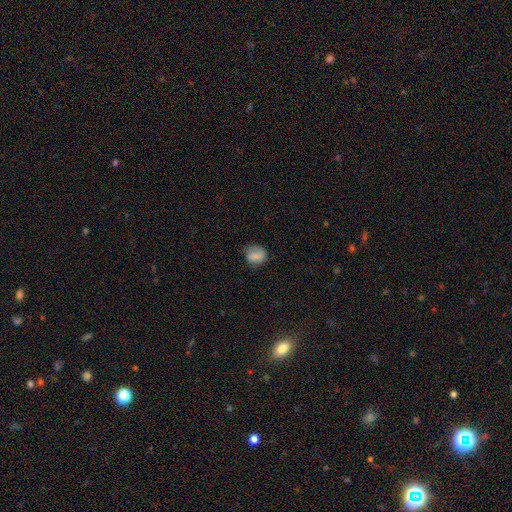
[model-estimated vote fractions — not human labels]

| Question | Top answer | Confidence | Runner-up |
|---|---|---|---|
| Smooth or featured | smooth | 80% | featured or disk (11%) |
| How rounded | round | 67% | in between (32%) |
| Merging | none | 67% | minor disturbance (23%) |